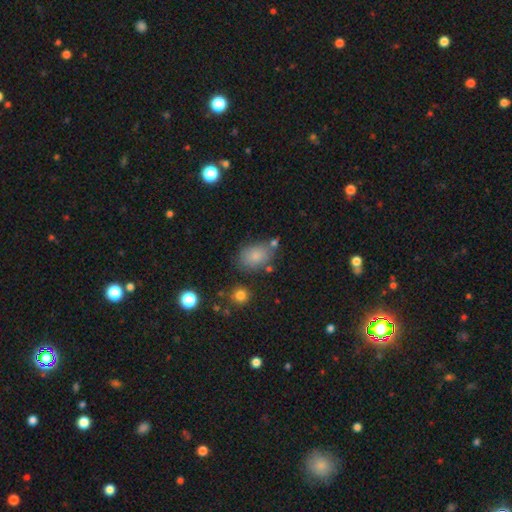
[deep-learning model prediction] smooth_or_featured: smooth (p=0.80) [alt: star or artifact p=0.10]
how_rounded: in between (p=0.81) [alt: round p=0.18]
merging: none (p=0.68) [alt: minor disturbance p=0.18]